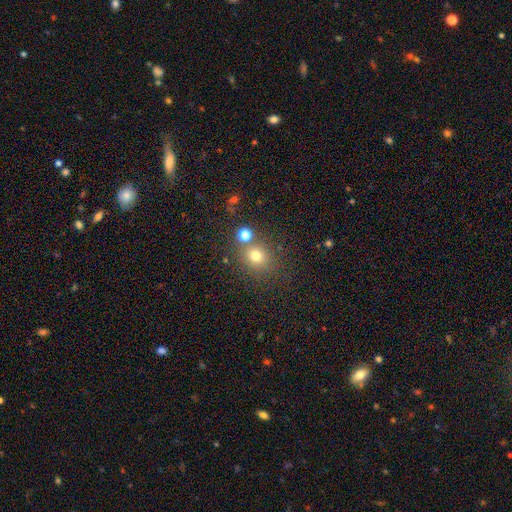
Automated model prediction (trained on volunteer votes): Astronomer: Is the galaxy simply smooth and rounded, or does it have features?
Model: smooth — 73%.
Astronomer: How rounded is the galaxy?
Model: round — 81%.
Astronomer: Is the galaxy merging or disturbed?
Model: none — 72%.